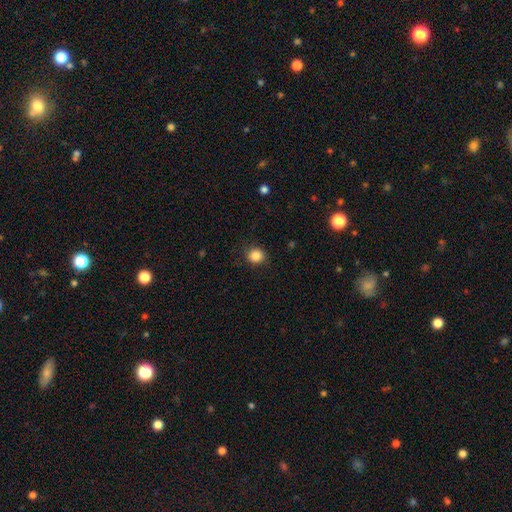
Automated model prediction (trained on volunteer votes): Q: Smooth or featured?
A: smooth (86%); runner-up: star or artifact (11%)
Q: How rounded?
A: round (88%); runner-up: in between (11%)
Q: Merging?
A: none (88%); runner-up: minor disturbance (8%)